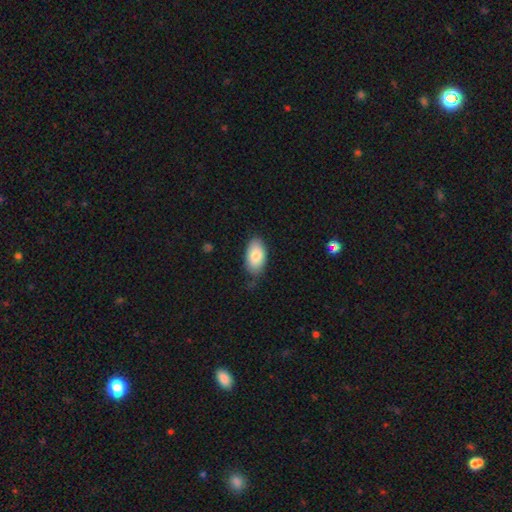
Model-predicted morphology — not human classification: Smooth or featured? Predicted: smooth (p=0.84). How rounded? Predicted: in between (p=0.94). Merging? Predicted: none (p=0.72).